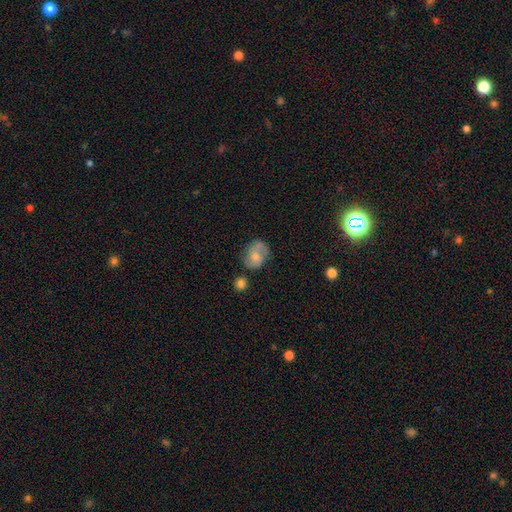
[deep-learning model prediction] This appears to be a smooth galaxy with no disk features (55%) that is in between round and cigar-shaped (53%). Merging: none (53%).